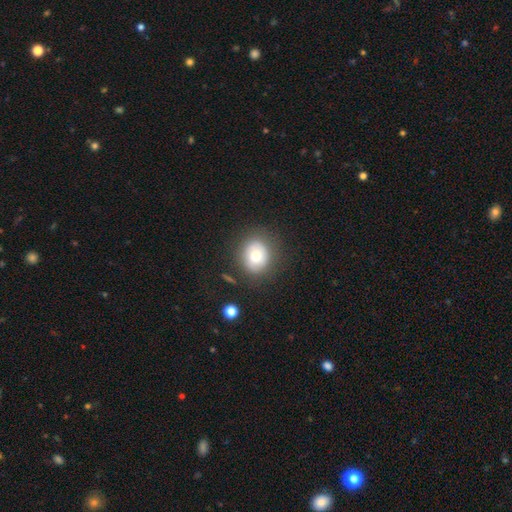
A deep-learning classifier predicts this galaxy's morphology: Overall: smooth (71%). How rounded: round (74%). Merging: none (79%).